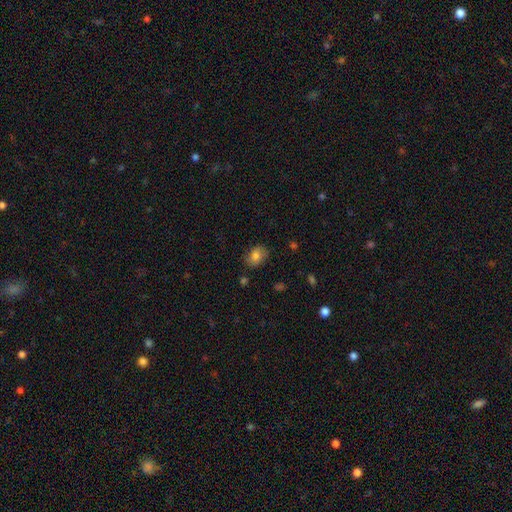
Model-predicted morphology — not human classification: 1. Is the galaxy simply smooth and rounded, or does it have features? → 81% smooth, 10% featured or disk, 9% star or artifact.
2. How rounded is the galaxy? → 66% in between, 33% round, 1% cigar-shaped.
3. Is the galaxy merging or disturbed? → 80% none, 15% minor disturbance, 3% major disturbance, 2% merger.